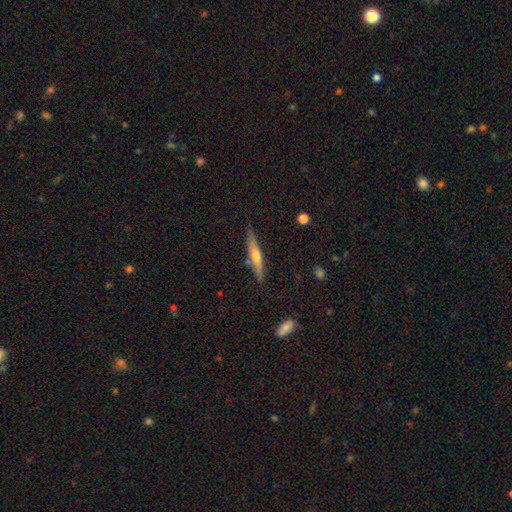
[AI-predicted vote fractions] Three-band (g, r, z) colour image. It shows a featured or disk galaxy (58%) viewed edge-on (95%) with a rounded central bulge (85%). Merging: none (85%).